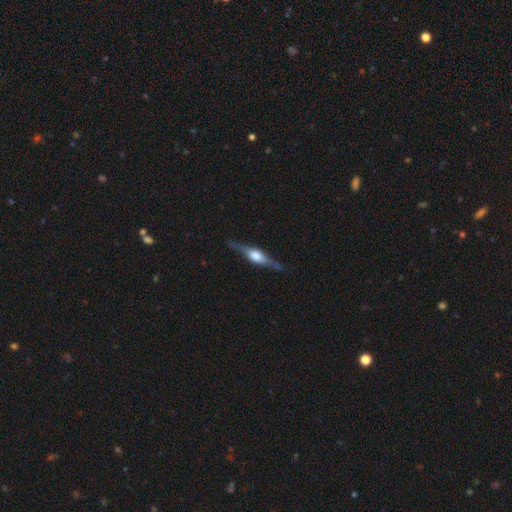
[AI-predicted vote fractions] A featured or disk galaxy (82%) viewed edge-on (97%) with a rounded central bulge (86%). Merging: none (87%).